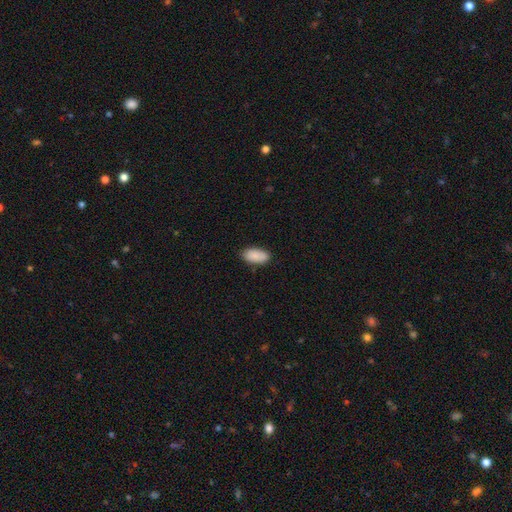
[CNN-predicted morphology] Smooth or featured? smooth (88%)
How rounded? in between (93%)
Merging? none (84%)